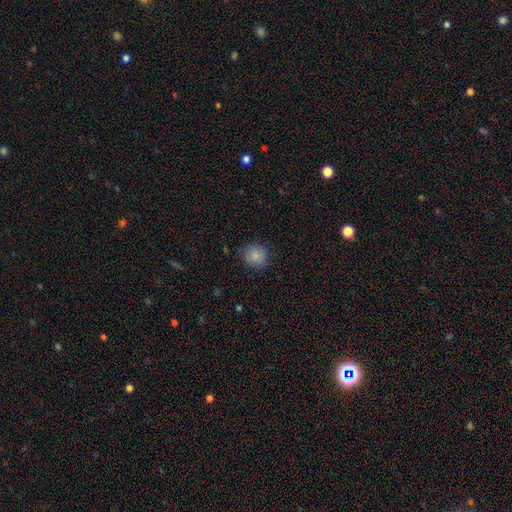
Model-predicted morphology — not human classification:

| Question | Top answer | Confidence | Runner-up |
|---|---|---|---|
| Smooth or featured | smooth | 86% | star or artifact (9%) |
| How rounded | round | 86% | in between (13%) |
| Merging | none | 83% | minor disturbance (13%) |